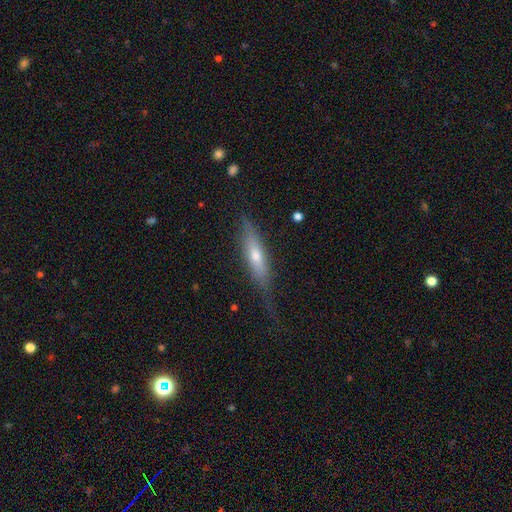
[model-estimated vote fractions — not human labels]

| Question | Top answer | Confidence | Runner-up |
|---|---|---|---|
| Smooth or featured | featured or disk | 47% | smooth (46%) |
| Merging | none | 63% | minor disturbance (24%) |